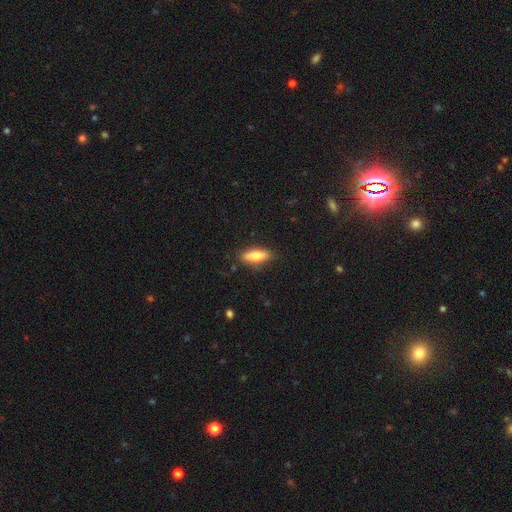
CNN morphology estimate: smooth_or_featured: smooth (p=0.72) [alt: featured or disk p=0.21]
how_rounded: in between (p=0.58) [alt: cigar-shaped p=0.39]
merging: none (p=0.83) [alt: minor disturbance p=0.12]